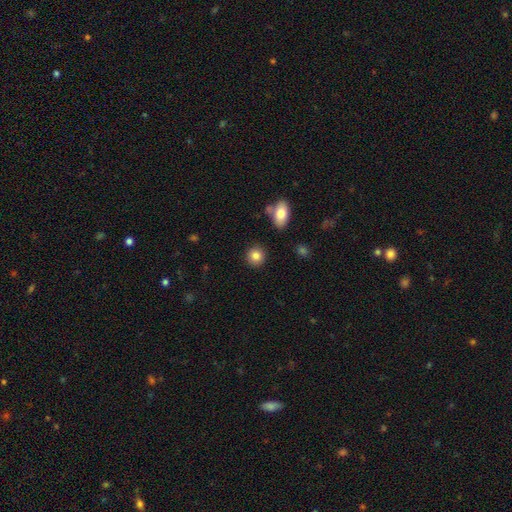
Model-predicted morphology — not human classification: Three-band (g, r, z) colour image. It shows a smooth galaxy with no disk features (86%) that is round (88%). Merging: none (89%).